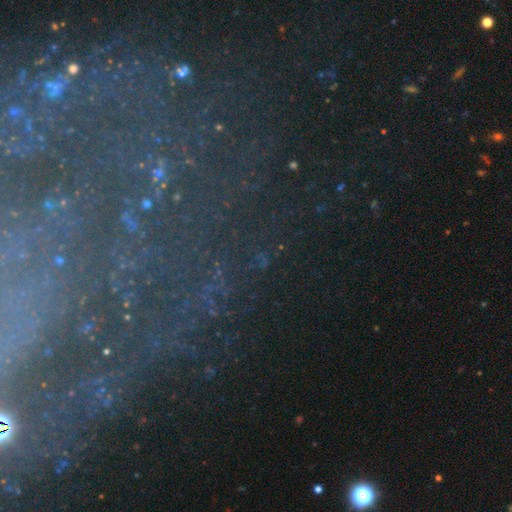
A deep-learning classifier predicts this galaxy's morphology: smooth_or_featured: star or artifact (p=0.44) [alt: featured or disk p=0.40]